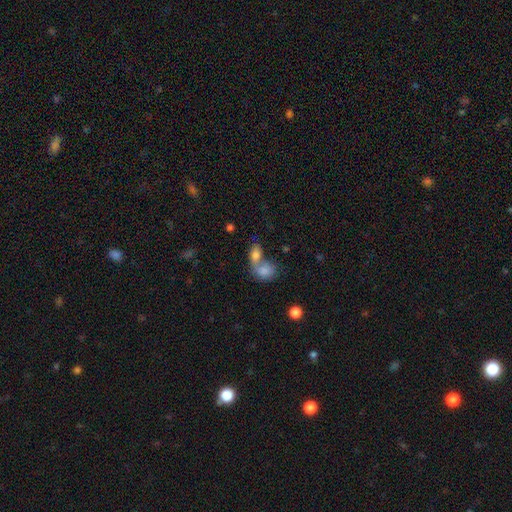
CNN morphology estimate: A smooth galaxy with no disk features (76%) that is in between round and cigar-shaped (77%). Merging: merger (64%).